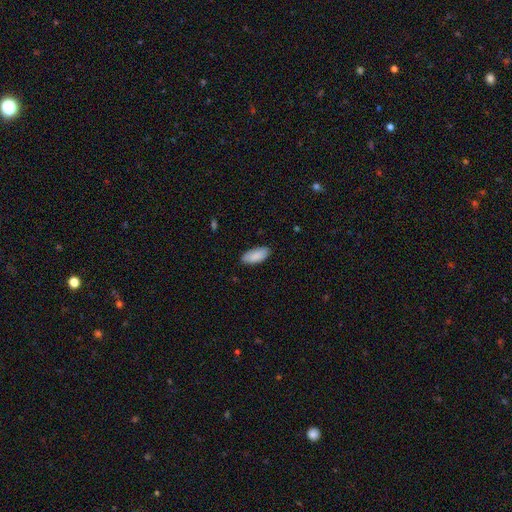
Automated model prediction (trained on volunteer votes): Q: Smooth or featured?
A: smooth (89%); runner-up: star or artifact (6%)
Q: How rounded?
A: in between (89%); runner-up: cigar-shaped (9%)
Q: Merging?
A: none (85%); runner-up: minor disturbance (12%)